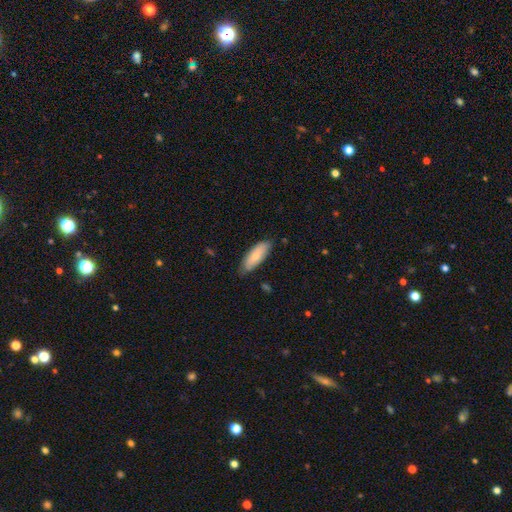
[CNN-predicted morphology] The model was most divided on "how rounded": in between: 68%, cigar-shaped: 30%, round: 2%. More confident: merging — none (76%); smooth or featured — smooth (75%).